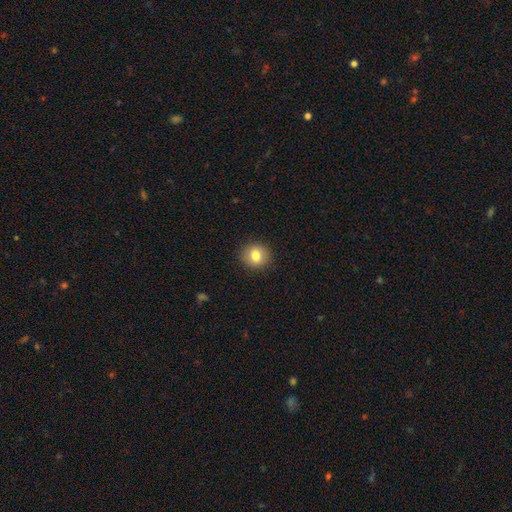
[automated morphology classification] The model was most divided on "how rounded": round: 78%, in between: 21%, cigar-shaped: 1%. More confident: merging — none (89%); smooth or featured — smooth (78%).